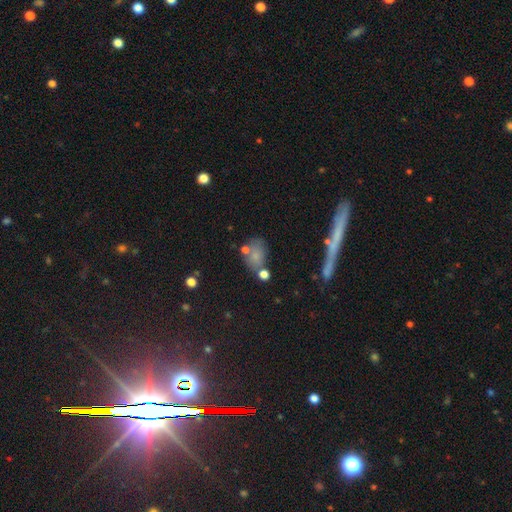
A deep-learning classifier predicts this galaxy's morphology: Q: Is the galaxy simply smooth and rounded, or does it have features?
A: smooth — 71%.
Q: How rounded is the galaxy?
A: in between — 73%.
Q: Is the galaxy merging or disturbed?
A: none — 55%.